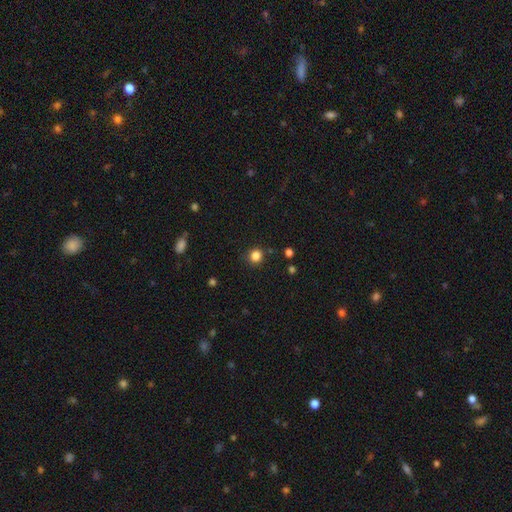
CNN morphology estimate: Smooth or featured? smooth (83%)
How rounded? round (90%)
Merging? none (86%)